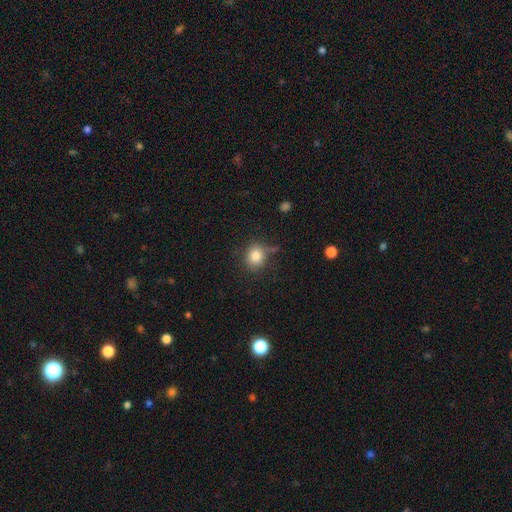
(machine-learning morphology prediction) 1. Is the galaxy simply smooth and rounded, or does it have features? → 83% smooth, 11% star or artifact, 6% featured or disk.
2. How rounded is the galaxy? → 79% round, 20% in between, 1% cigar-shaped.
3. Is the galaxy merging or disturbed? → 76% none, 15% minor disturbance, 5% merger, 5% major disturbance.